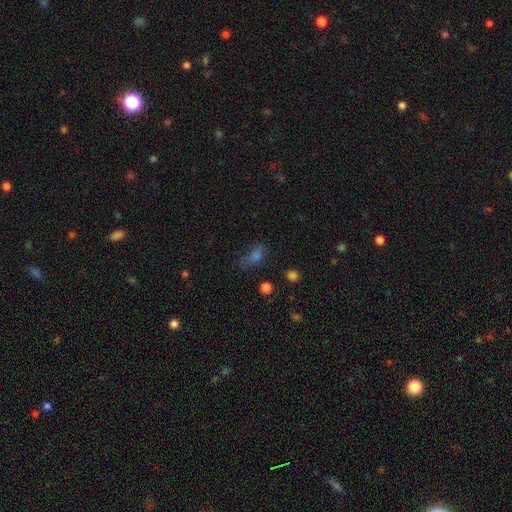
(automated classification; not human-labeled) The model was most divided on "merging": none: 51%, minor disturbance: 27%, major disturbance: 18%, merger: 4%. More confident: how rounded — in between (70%); smooth or featured — smooth (61%).